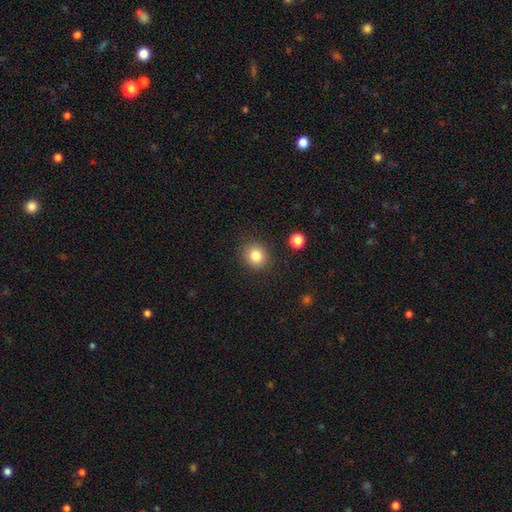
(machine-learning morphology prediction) Q: Smooth or featured?
A: smooth (83%); runner-up: star or artifact (11%)
Q: How rounded?
A: round (84%); runner-up: in between (15%)
Q: Merging?
A: none (88%); runner-up: minor disturbance (8%)